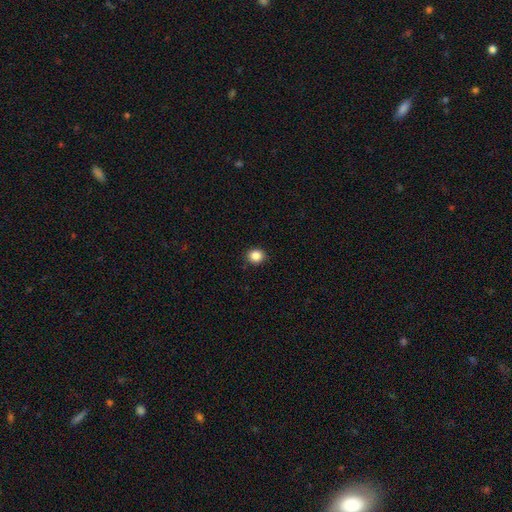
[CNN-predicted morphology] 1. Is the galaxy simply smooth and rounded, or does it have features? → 86% smooth, 10% star or artifact, 3% featured or disk.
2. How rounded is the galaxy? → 78% round, 21% in between, 1% cigar-shaped.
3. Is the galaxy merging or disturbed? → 90% none, 7% minor disturbance, 2% major disturbance, 1% merger.